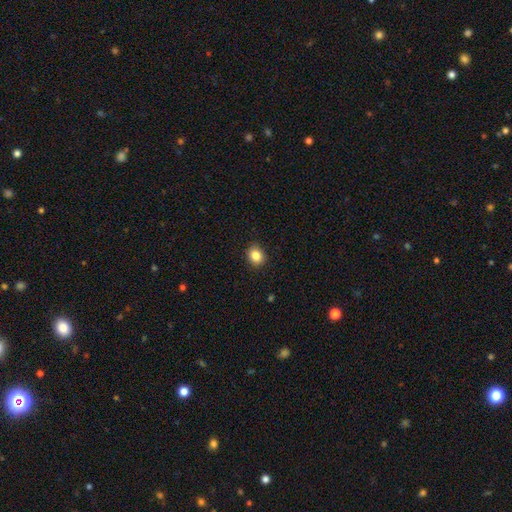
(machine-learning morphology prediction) smooth 85%, star or artifact 10%, featured or disk 5%. Down the decision tree: how rounded — round (65%); merging — none (89%).